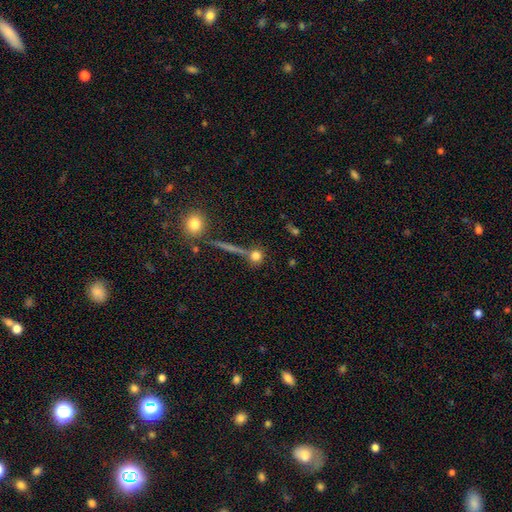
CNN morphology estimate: Q: Smooth or featured?
A: smooth (76%); runner-up: star or artifact (13%)
Q: How rounded?
A: round (87%); runner-up: in between (7%)
Q: Merging?
A: none (69%); runner-up: merger (16%)